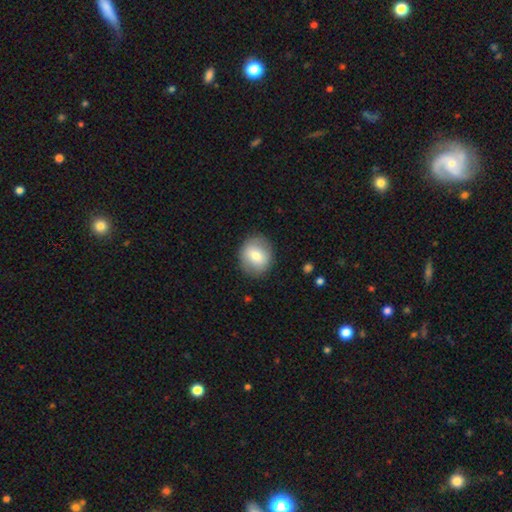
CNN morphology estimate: The model was most divided on "how rounded": round: 74%, in between: 25%, cigar-shaped: 1%. More confident: merging — none (86%); smooth or featured — smooth (74%).